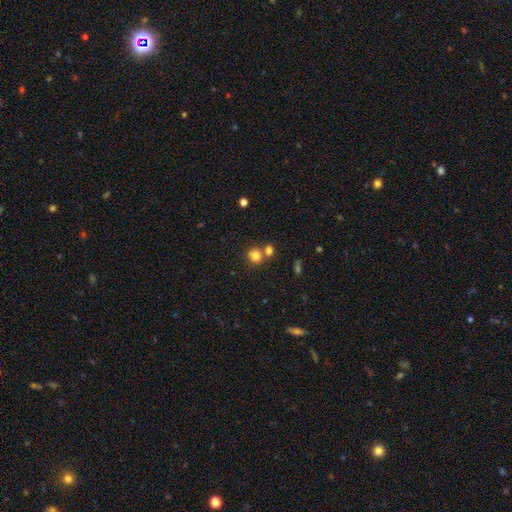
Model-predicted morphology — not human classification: Q: Smooth or featured?
A: smooth (79%); runner-up: star or artifact (13%)
Q: How rounded?
A: round (69%); runner-up: in between (30%)
Q: Merging?
A: none (50%); runner-up: merger (37%)